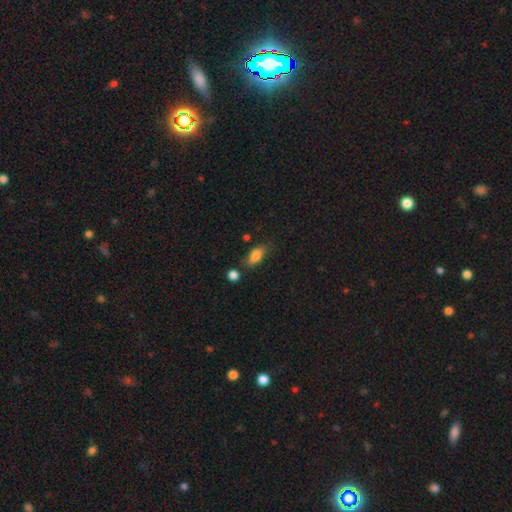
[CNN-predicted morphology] Q: Smooth or featured?
A: smooth (83%); runner-up: featured or disk (9%)
Q: How rounded?
A: in between (84%); runner-up: cigar-shaped (10%)
Q: Merging?
A: none (66%); runner-up: minor disturbance (21%)